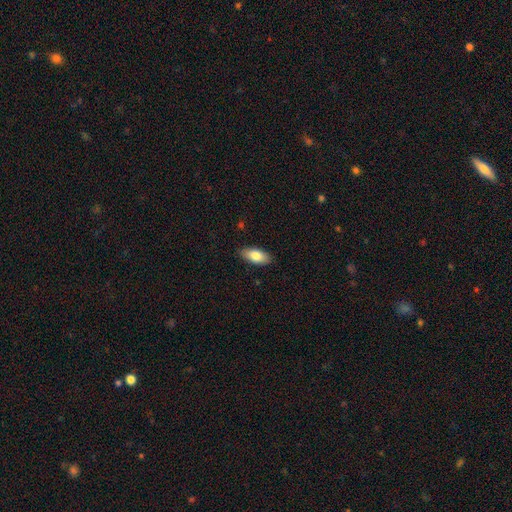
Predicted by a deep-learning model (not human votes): smooth-or-featured: smooth: 81% | featured or disk: 12% | star or artifact: 6%
  how-rounded: in between: 88% | cigar-shaped: 9% | round: 2%
  merging: none: 88% | minor disturbance: 9% | major disturbance: 2% | merger: 1%